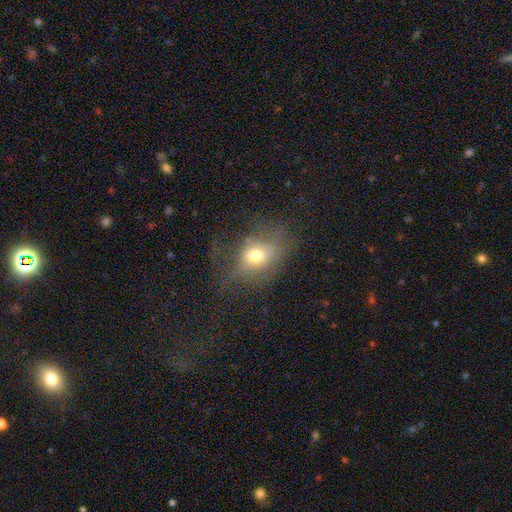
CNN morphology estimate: smooth_or_featured: smooth (p=0.62) [alt: featured or disk p=0.23]
how_rounded: in between (p=0.54) [alt: round p=0.44]
merging: none (p=0.43) [alt: major disturbance p=0.32]